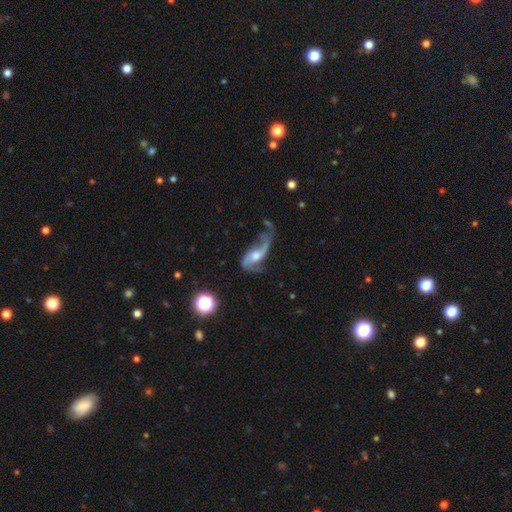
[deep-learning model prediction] Overall: featured or disk (83%). Edge-on disk: no (93%). Bar: no (51%; weak 35%). Spiral arms: yes (93%). Spiral arm count: 2 (88%). Spiral winding: loose (82%). Bulge size: moderate (62%; small 26%). Merging: none (43%; major disturbance 27%).